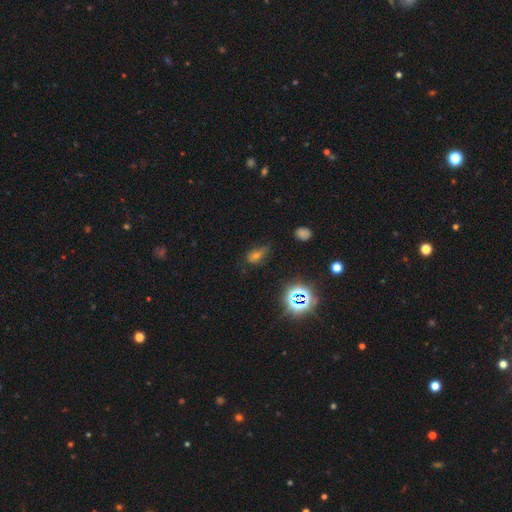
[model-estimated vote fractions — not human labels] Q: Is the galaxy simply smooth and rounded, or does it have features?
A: smooth — 45%.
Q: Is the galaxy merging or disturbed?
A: none — 54%.